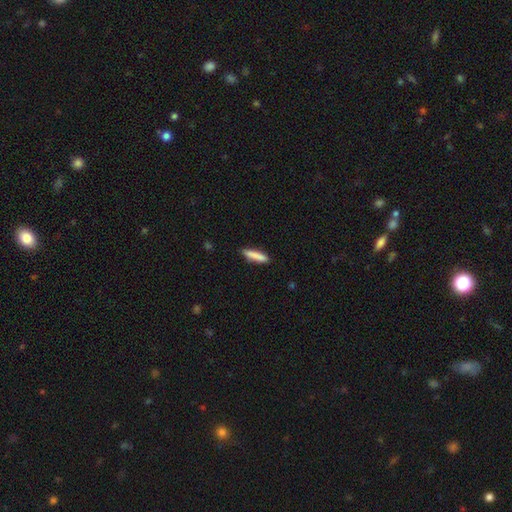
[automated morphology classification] Q: Smooth or featured?
A: smooth (85%); runner-up: featured or disk (9%)
Q: How rounded?
A: cigar-shaped (84%); runner-up: in between (14%)
Q: Merging?
A: none (87%); runner-up: minor disturbance (9%)